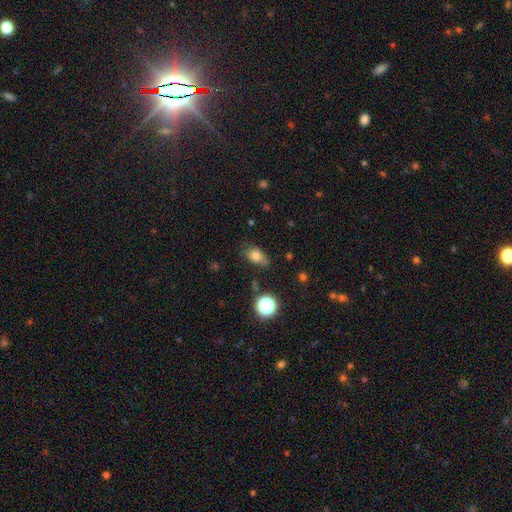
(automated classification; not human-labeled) smooth_or_featured: smooth (p=0.79) [alt: star or artifact p=0.12]
how_rounded: in between (p=0.82) [alt: round p=0.15]
merging: none (p=0.68) [alt: minor disturbance p=0.24]